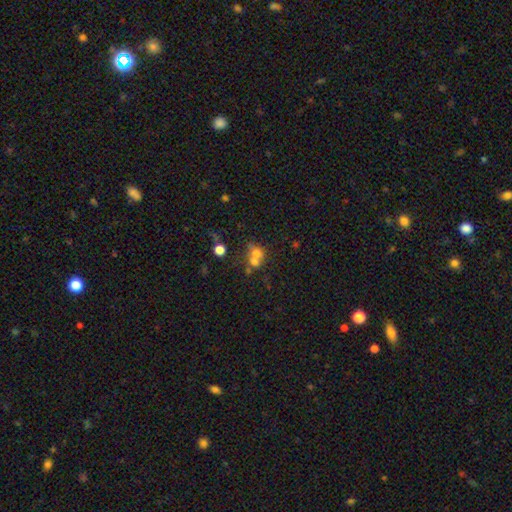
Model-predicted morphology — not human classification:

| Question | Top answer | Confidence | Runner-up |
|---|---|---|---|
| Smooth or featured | smooth | 62% | featured or disk (22%) |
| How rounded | round | 70% | in between (28%) |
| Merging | merger | 58% | none (29%) |